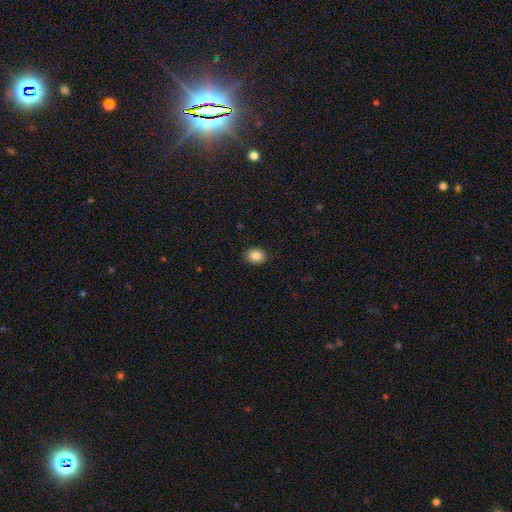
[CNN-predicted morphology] smooth_or_featured: smooth (p=0.86) [alt: star or artifact p=0.09]
how_rounded: in between (p=0.53) [alt: round p=0.46]
merging: none (p=0.88) [alt: minor disturbance p=0.09]